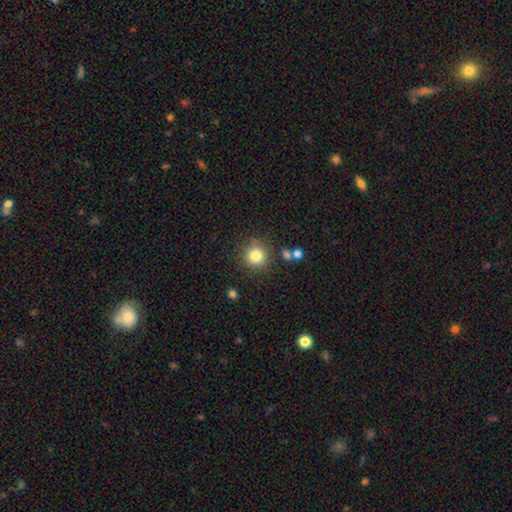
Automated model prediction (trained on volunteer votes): Overall: smooth (81%). How rounded: round (93%). Merging: none (82%).